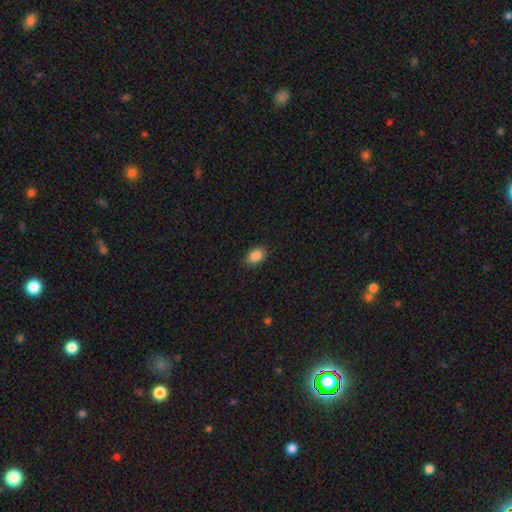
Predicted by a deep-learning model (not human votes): This is clearly a smooth galaxy (88%). How rounded: clearly in between (85%). Merging: clearly none (87%).